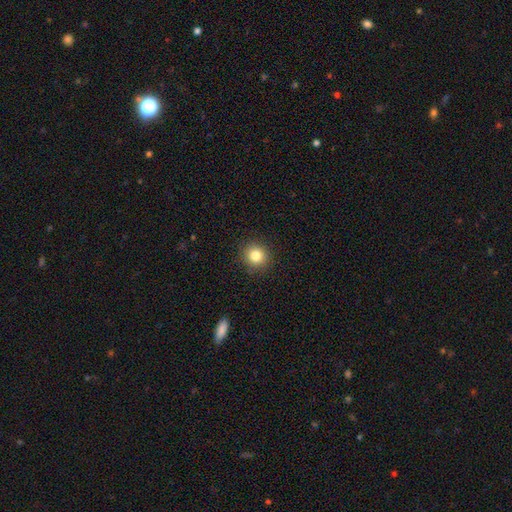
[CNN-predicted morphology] Smooth or featured? Predicted: smooth (p=0.82). How rounded? Predicted: round (p=0.91). Merging? Predicted: none (p=0.91).